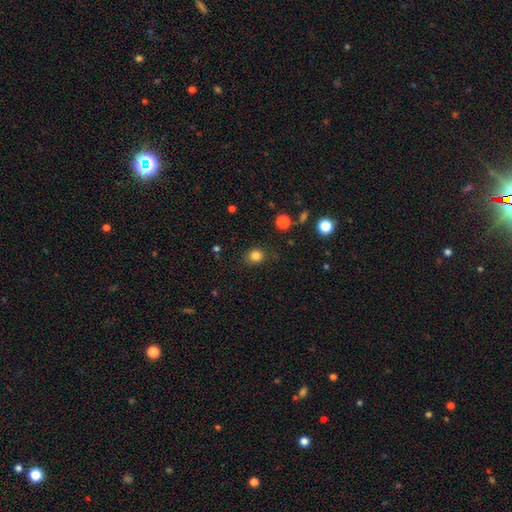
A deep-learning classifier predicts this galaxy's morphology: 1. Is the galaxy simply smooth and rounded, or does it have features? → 82% smooth, 13% star or artifact, 5% featured or disk.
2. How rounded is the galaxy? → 78% round, 21% in between, 1% cigar-shaped.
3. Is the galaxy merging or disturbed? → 82% none, 13% minor disturbance, 4% major disturbance, 2% merger.